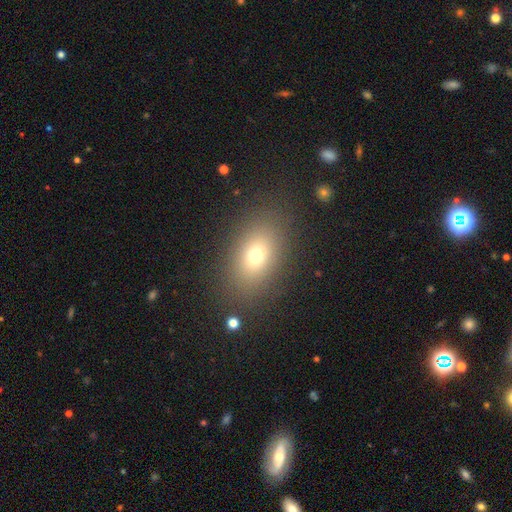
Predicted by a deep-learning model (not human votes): A smooth galaxy with no disk features (71%) that is in between round and cigar-shaped (79%). Merging: none (85%).